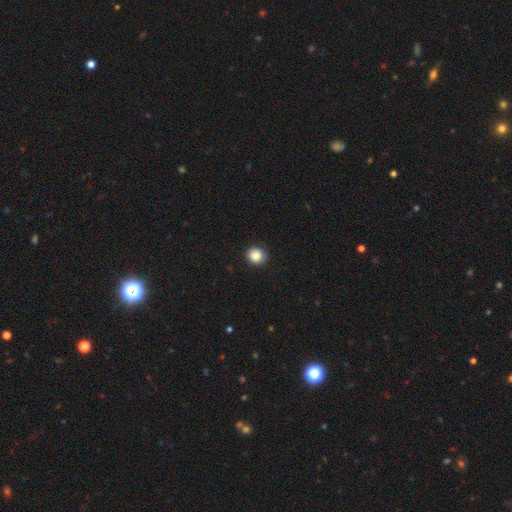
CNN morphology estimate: Smooth or featured?
  - smooth: 87% *
  - star or artifact: 9%
  - featured or disk: 4%
How rounded?
  - round: 83% *
  - in between: 17%
  - cigar-shaped: 1%
Merging?
  - none: 87% *
  - minor disturbance: 9%
  - major disturbance: 2%
  - merger: 1%